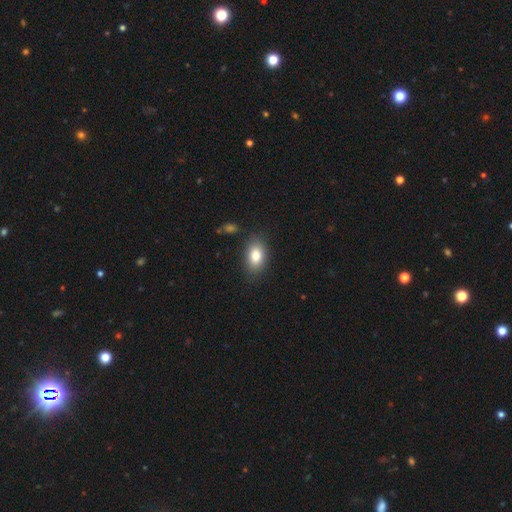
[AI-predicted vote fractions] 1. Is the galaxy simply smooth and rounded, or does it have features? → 82% smooth, 10% featured or disk, 8% star or artifact.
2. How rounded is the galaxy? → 87% in between, 11% round, 2% cigar-shaped.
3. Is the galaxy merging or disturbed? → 84% none, 11% minor disturbance, 3% major disturbance, 2% merger.